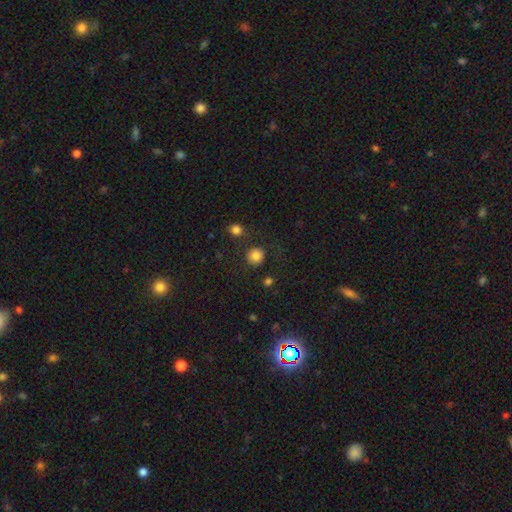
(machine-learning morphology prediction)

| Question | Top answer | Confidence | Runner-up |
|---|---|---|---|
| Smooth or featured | smooth | 83% | star or artifact (12%) |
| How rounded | round | 92% | in between (7%) |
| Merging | none | 83% | minor disturbance (8%) |